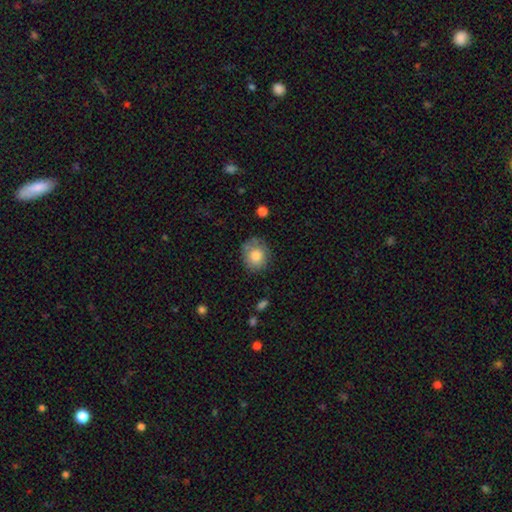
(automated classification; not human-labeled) A smooth galaxy with no disk features (81%) that is round (78%). Merging: none (69%).